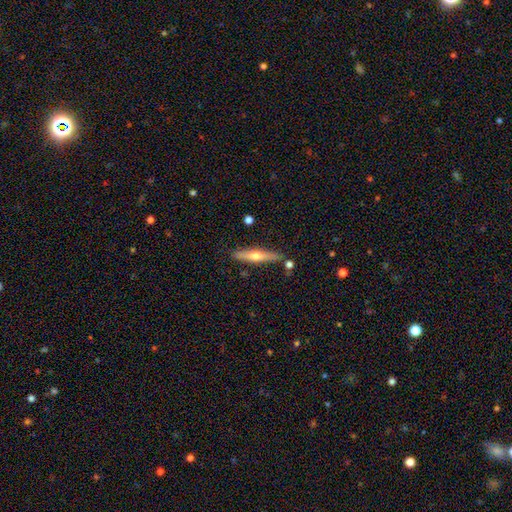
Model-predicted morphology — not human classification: featured or disk 56%, smooth 38%, star or artifact 6%. Down the decision tree: edge-on disk — yes (95%); edge-on bulge — rounded (90%); merging — none (83%).